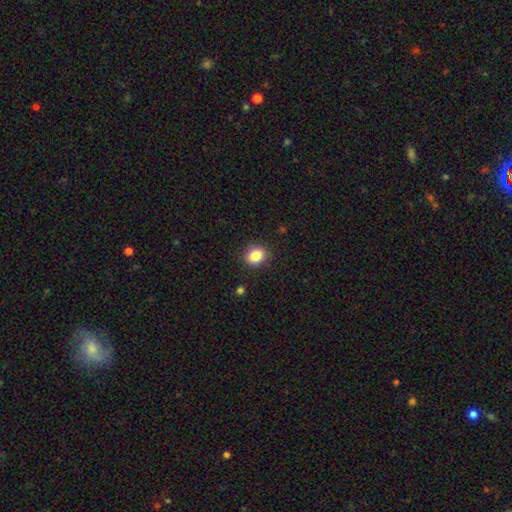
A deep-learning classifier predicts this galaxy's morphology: This appears to be a smooth galaxy with no disk features (85%) that is round (55%). Merging: none (89%).